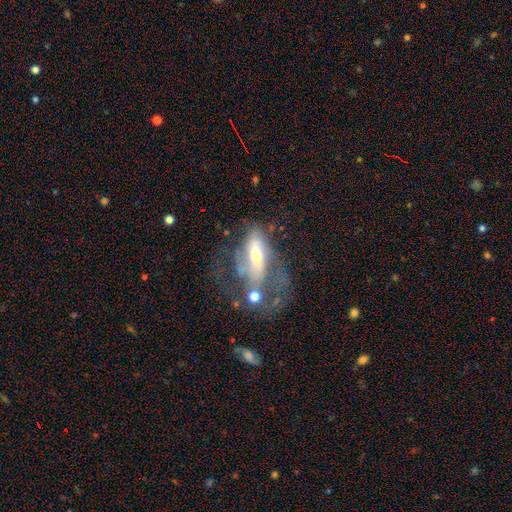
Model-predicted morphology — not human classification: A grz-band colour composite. It shows a featured or disk galaxy (65%) with no bar (45%), spiral arms (53%) and a moderate central bulge (53%). Merging: major disturbance (46%).